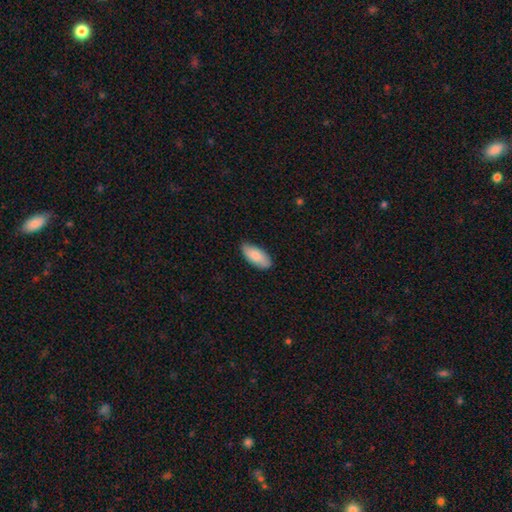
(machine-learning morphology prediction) Smooth or featured? smooth (85%)
How rounded? in between (90%)
Merging? none (81%)